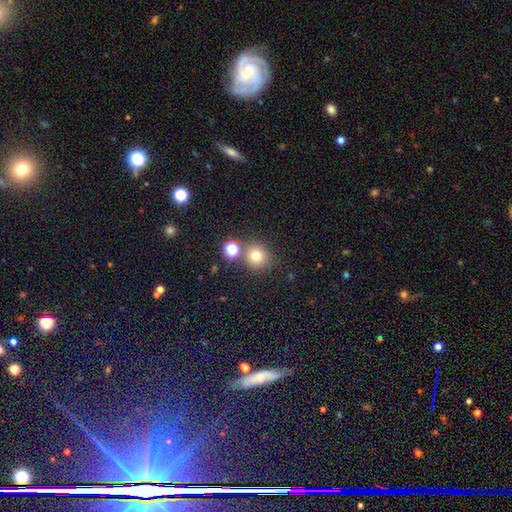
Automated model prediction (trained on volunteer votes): smooth 75%, star or artifact 17%, featured or disk 8%. Down the decision tree: how rounded — round (89%); merging — none (73%).